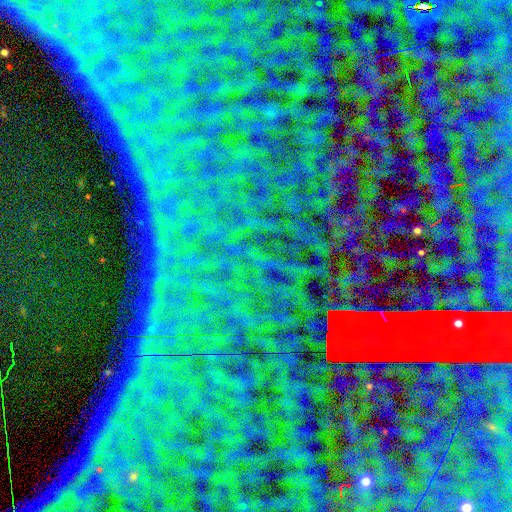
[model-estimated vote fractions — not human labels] Overall: star or artifact (87%).